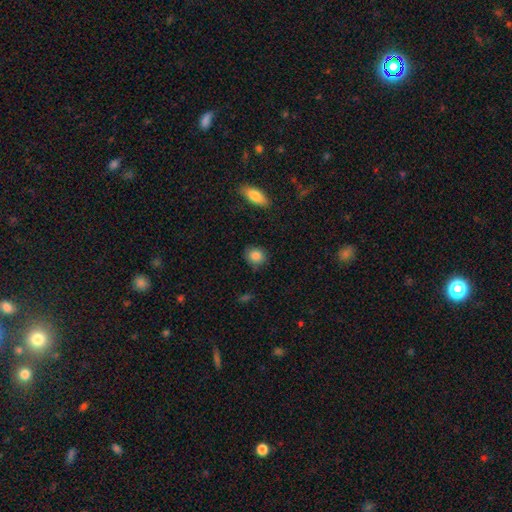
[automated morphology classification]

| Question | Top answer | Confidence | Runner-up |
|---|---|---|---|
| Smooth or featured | smooth | 86% | star or artifact (8%) |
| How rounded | round | 76% | in between (22%) |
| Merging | none | 82% | minor disturbance (13%) |